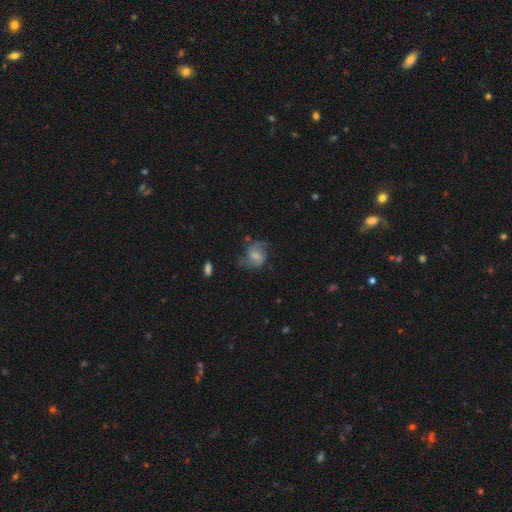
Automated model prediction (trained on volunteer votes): Smooth or featured? featured or disk (55%)
Edge-on disk? no (97%)
Bar? weak (47%)
Spiral arms? yes (84%)
Bulge size? small (50%)
Merging? none (53%)